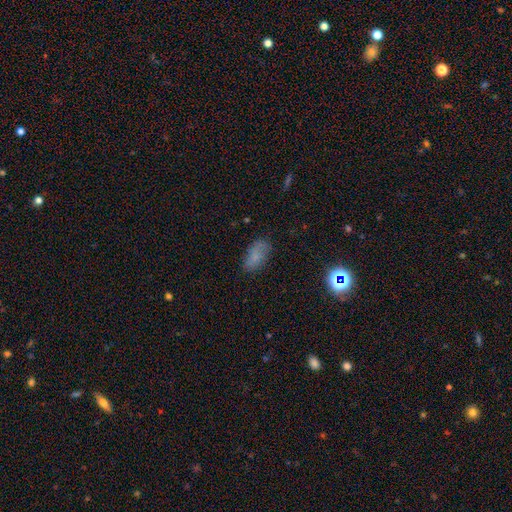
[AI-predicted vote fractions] A smooth galaxy with no disk features (71%) that is in between round and cigar-shaped (90%). Merging: none (74%).